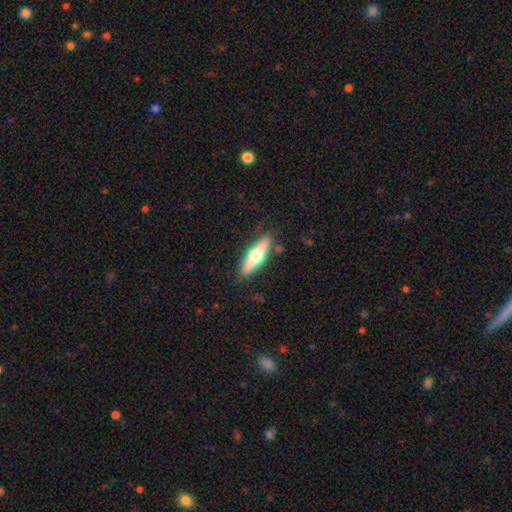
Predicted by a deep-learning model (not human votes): Smooth or featured? featured or disk (55%)
Edge-on disk? yes (93%)
Edge-on bulge? rounded (94%)
Merging? none (85%)